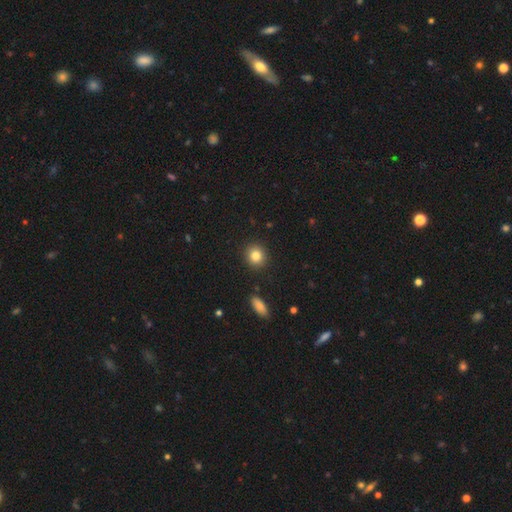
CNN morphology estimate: smooth-or-featured: smooth: 84% | star or artifact: 10% | featured or disk: 6%
  how-rounded: round: 84% | in between: 15% | cigar-shaped: 1%
  merging: none: 90% | minor disturbance: 6% | major disturbance: 2% | merger: 2%